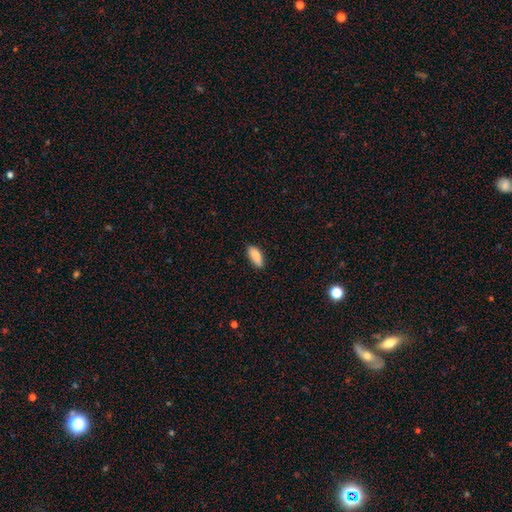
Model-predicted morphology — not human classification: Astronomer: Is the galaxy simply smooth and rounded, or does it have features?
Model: smooth — 89%.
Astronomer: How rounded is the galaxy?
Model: in between — 79%.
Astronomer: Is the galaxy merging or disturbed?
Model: none — 85%.